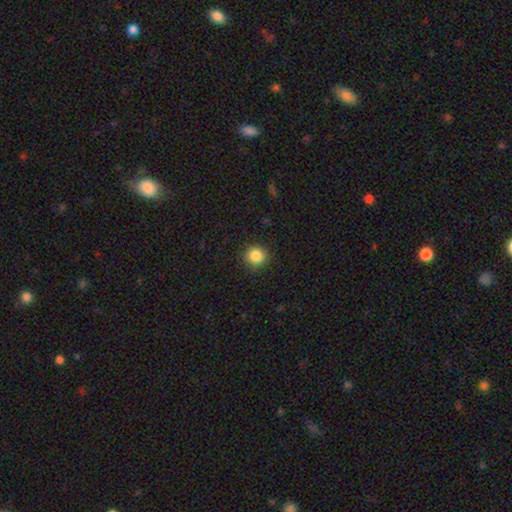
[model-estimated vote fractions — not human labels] A smooth galaxy with no disk features (86%) that is round (92%). Merging: none (88%).